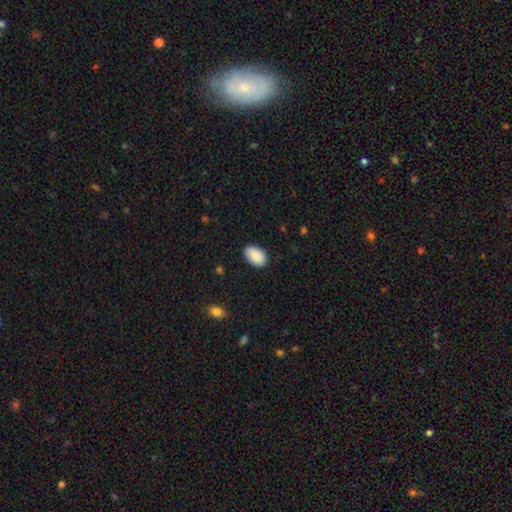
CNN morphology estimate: smooth_or_featured: smooth (p=0.90) [alt: star or artifact p=0.06]
how_rounded: in between (p=0.93) [alt: round p=0.06]
merging: none (p=0.87) [alt: minor disturbance p=0.10]